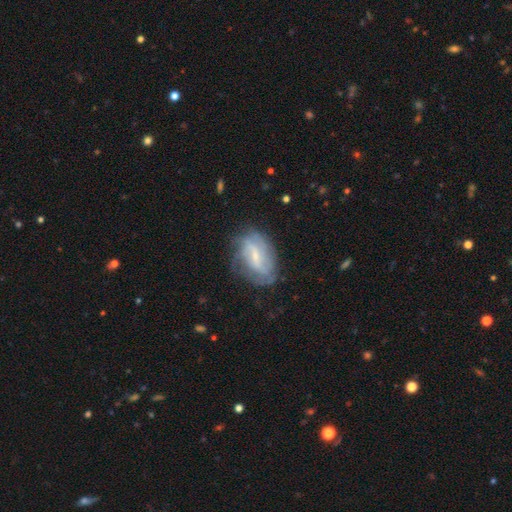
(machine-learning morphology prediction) Smooth or featured? featured or disk (67%)
Edge-on disk? no (95%)
Bar? weak (51%)
Spiral arms? yes (79%)
Spiral winding? tight (42%)
Spiral arm count? can't tell (45%)
Bulge size? small (57%)
Merging? none (64%)